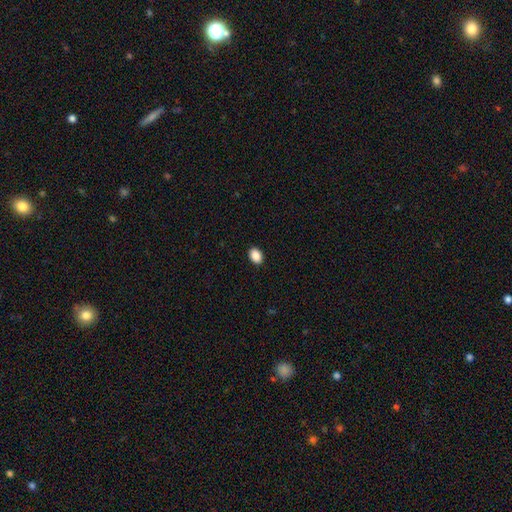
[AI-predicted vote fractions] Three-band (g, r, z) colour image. It shows a smooth galaxy with no disk features (90%) that is in between round and cigar-shaped (82%). Merging: none (91%).